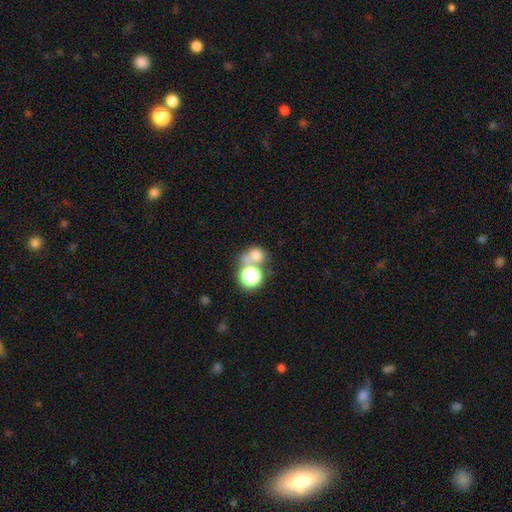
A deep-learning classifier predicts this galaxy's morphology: This is likely a smooth galaxy (66%). How rounded: likely round (70%). Merging: marginally none (42%, tied with merger).